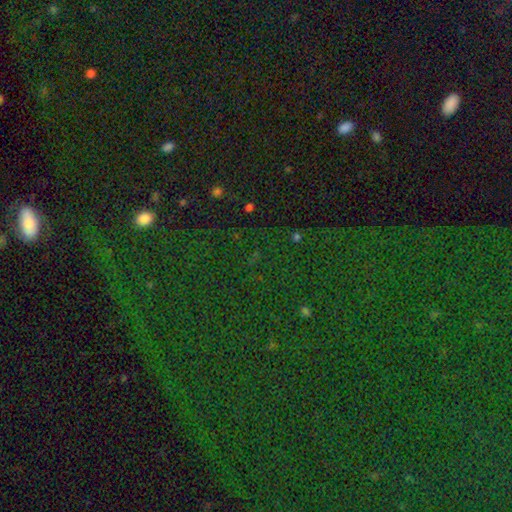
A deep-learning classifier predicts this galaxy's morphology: type=star or artifact (83%).